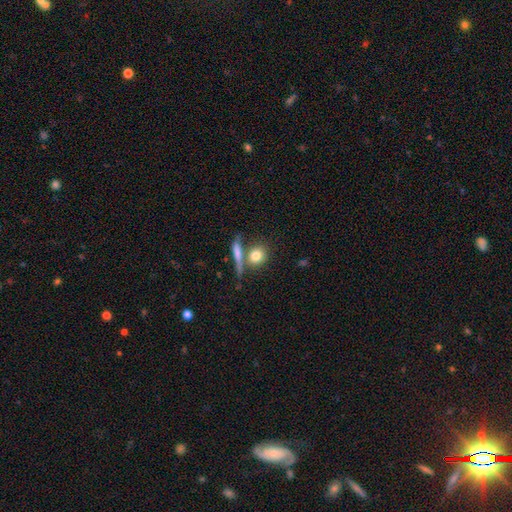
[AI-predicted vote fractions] A smooth galaxy with no disk features (79%) that is round (67%).

Vote fractions:
- Smooth or featured? smooth: 79% / featured or disk: 13% / star or artifact: 8%
- How rounded? round: 67% / in between: 25% / cigar-shaped: 8%
- Merging? none: 57% / merger: 27% / minor disturbance: 11% / major disturbance: 5%